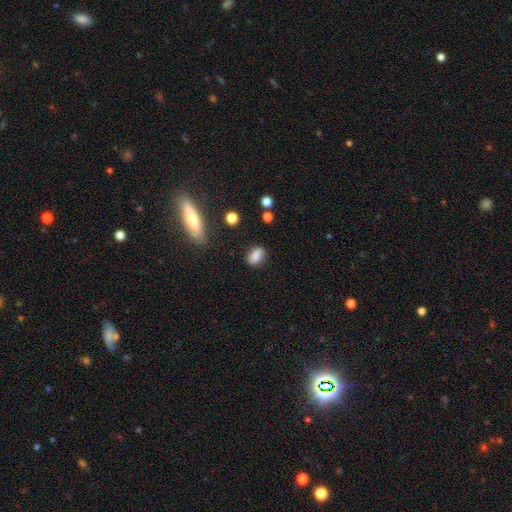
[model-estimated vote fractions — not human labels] The model was most divided on "how rounded": in between: 80%, round: 17%, cigar-shaped: 3%. More confident: smooth or featured — smooth (82%); merging — none (80%).